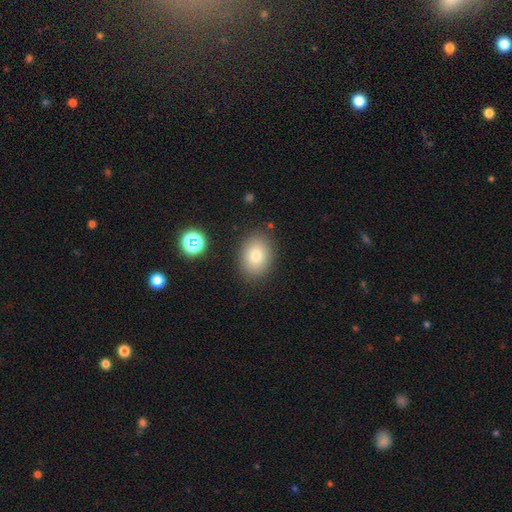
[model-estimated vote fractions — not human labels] Smooth or featured: smooth — 80% (star or artifact — 10%)
How rounded: in between — 66% (round — 33%)
Merging: none — 85% (minor disturbance — 10%)